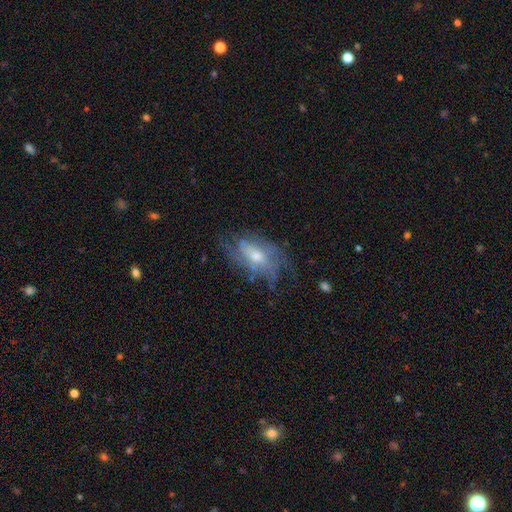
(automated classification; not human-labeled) Overall: featured or disk (71%). Edge-on disk: no (91%). Bar: no (61%; weak 31%). Spiral arms: yes (75%). Bulge size: moderate (56%; small 33%). Merging: none (55%; minor disturbance 24%).